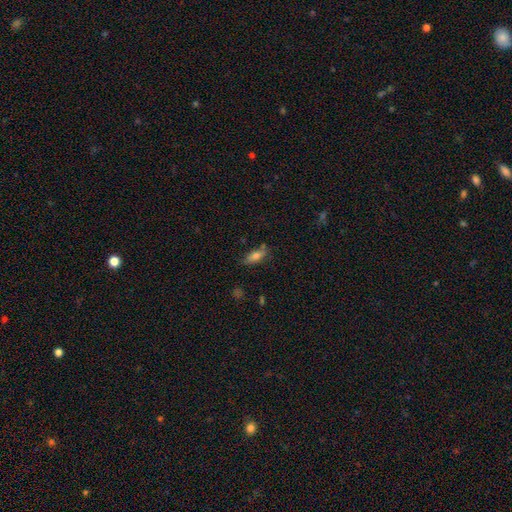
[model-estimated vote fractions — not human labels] Smooth or featured? smooth (74%)
How rounded? in between (70%)
Merging? none (67%)